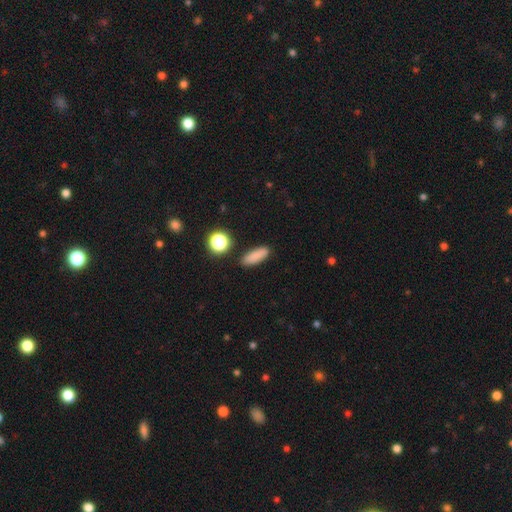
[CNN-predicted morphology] smooth-or-featured: smooth: 84% | star or artifact: 11% | featured or disk: 6%
  how-rounded: in between: 55% | cigar-shaped: 40% | round: 5%
  merging: none: 87% | minor disturbance: 8% | merger: 2% | major disturbance: 2%